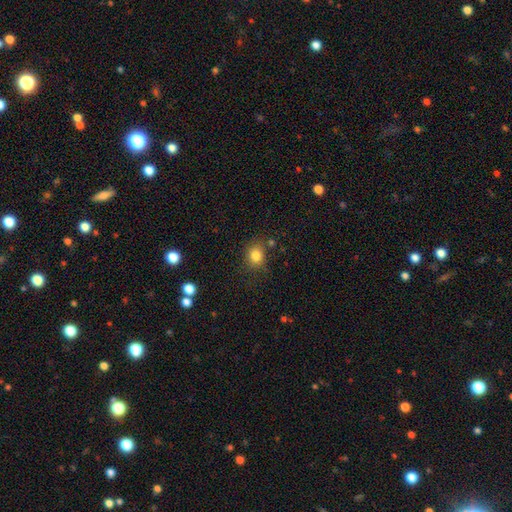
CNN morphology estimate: smooth 82%, star or artifact 12%, featured or disk 6%. Down the decision tree: how rounded — round (70%); merging — none (77%).